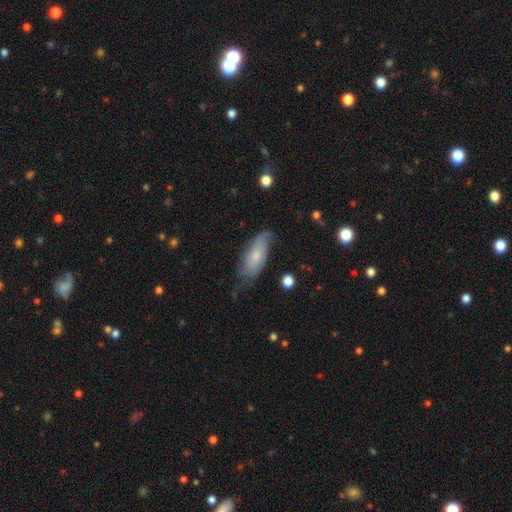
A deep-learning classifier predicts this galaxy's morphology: smooth 53%, featured or disk 40%, star or artifact 7%. Down the decision tree: how rounded — in between (76%); merging — none (54%).